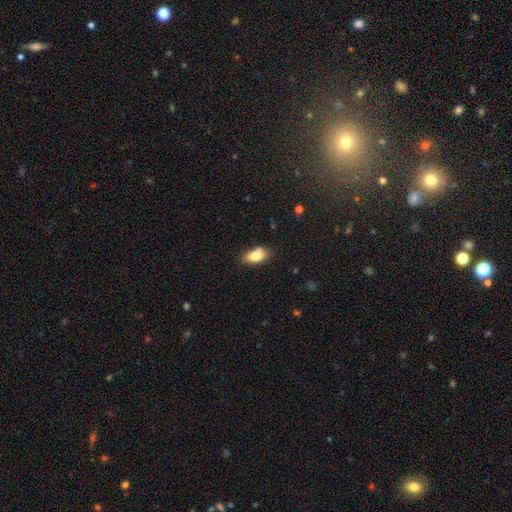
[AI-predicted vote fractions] Morphology: type=smooth (80%); roundness=in between (89%); merging=none (72%).